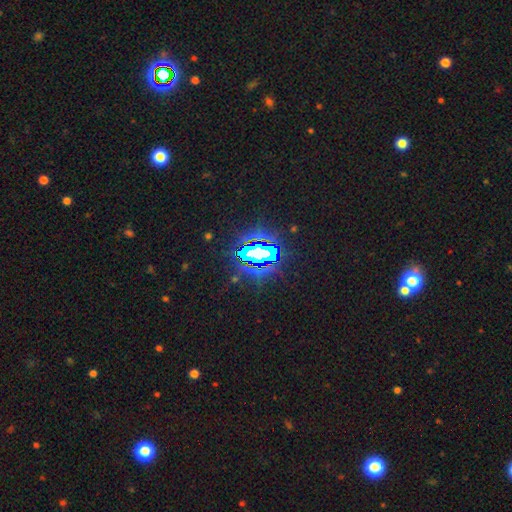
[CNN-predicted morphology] Q: Smooth or featured?
A: star or artifact (76%); runner-up: smooth (13%)